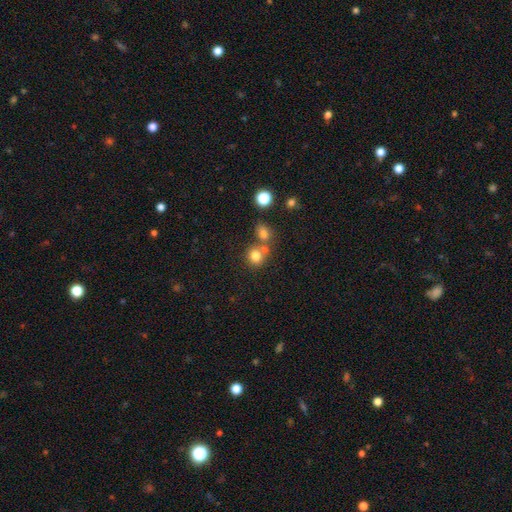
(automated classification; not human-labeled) This appears to be a smooth galaxy with no disk features (77%) that is round (83%). Merging: none (54%).